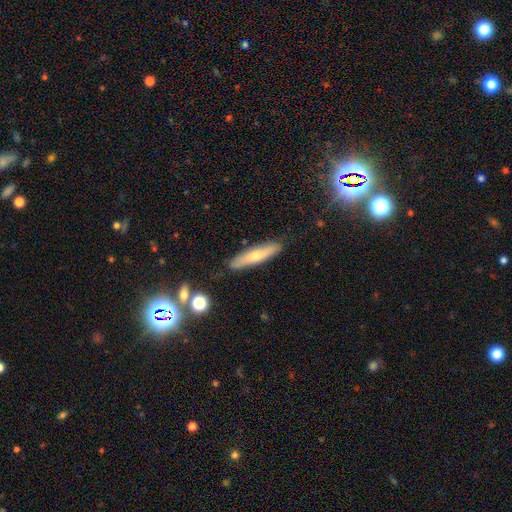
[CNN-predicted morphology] Q: Smooth or featured?
A: smooth (54%); runner-up: featured or disk (39%)
Q: How rounded?
A: cigar-shaped (83%); runner-up: in between (15%)
Q: Merging?
A: none (86%); runner-up: minor disturbance (10%)